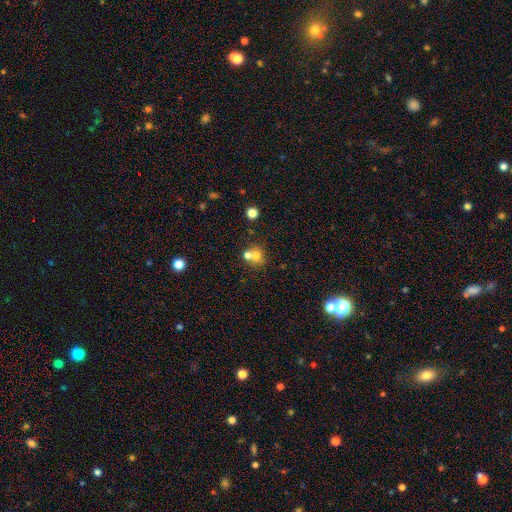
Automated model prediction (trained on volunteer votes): Q: Smooth or featured?
A: smooth (68%); runner-up: featured or disk (16%)
Q: How rounded?
A: round (79%); runner-up: in between (20%)
Q: Merging?
A: merger (48%); runner-up: none (41%)